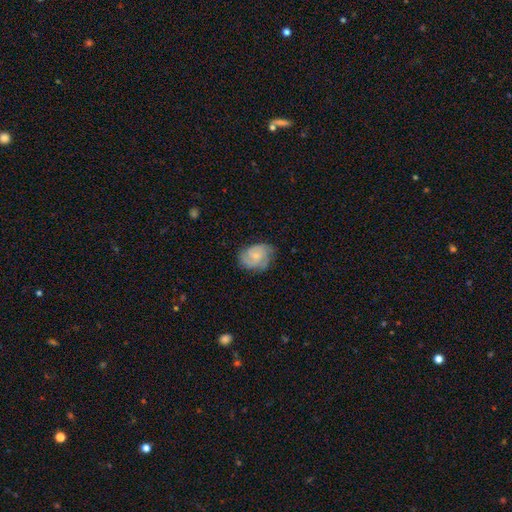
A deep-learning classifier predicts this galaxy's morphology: Smooth or featured? Predicted: featured or disk (p=0.71). Edge-on disk? Predicted: no (p=0.98). Bar? Predicted: no (p=0.70). Spiral arms? Predicted: yes (p=0.95). Spiral winding? Predicted: tight (p=0.53). Spiral arm count? Predicted: 3 (p=0.33). Bulge size? Predicted: small (p=0.63). Merging? Predicted: none (p=0.70).